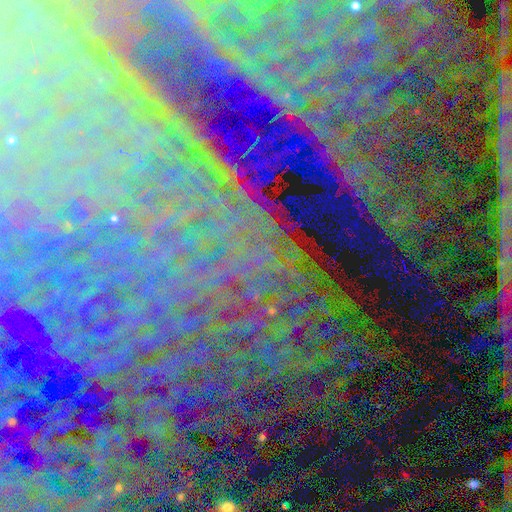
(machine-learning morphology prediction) This appears to be a star or artifact, not a galaxy (83%).